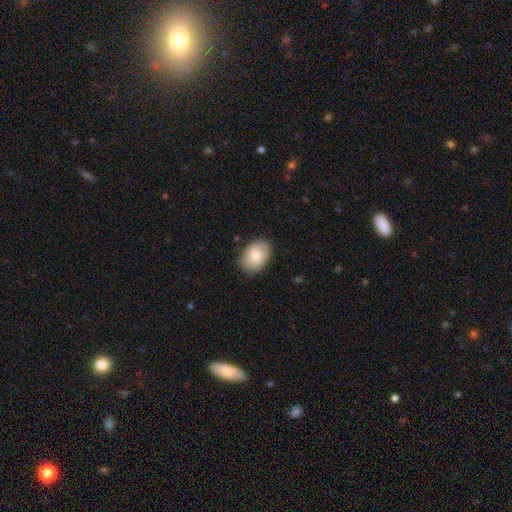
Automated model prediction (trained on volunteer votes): Morphology: type=smooth (81%); roundness=in between (82%); merging=none (85%).